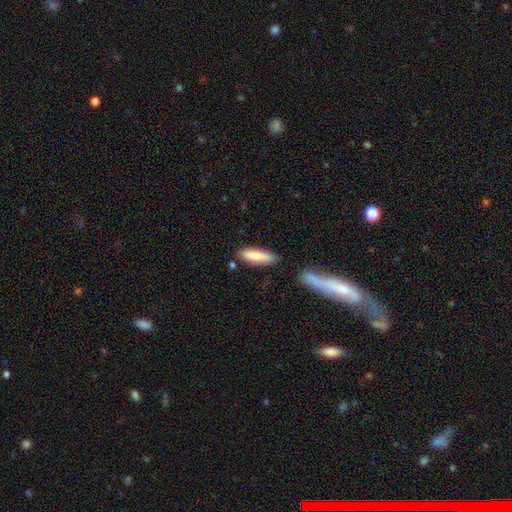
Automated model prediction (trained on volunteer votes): This is clearly a smooth galaxy (84%). How rounded: likely cigar-shaped (65%). Merging: likely none (78%).